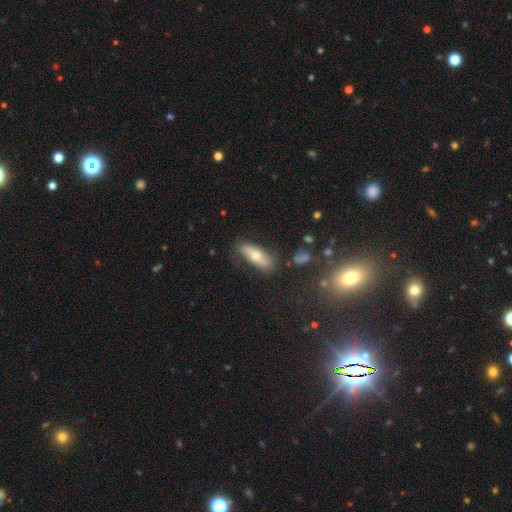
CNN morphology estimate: Smooth or featured?
  - smooth: 58% *
  - featured or disk: 34%
  - star or artifact: 8%
How rounded?
  - in between: 57% *
  - cigar-shaped: 40%
  - round: 3%
Merging?
  - none: 78% *
  - minor disturbance: 16%
  - major disturbance: 4%
  - merger: 2%